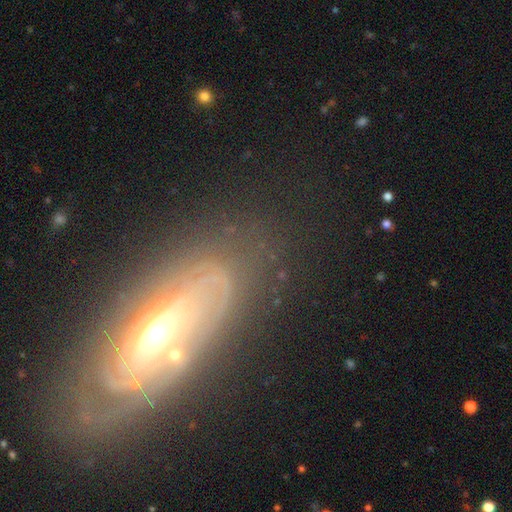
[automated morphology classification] This is likely a featured or disk galaxy (73%). It is clearly not viewed edge-on (83%). Bar: likely no (69%). Spiral arm pattern: likely yes (63%). Central bulge: likely moderate (64%). Merging: likely none (69%).